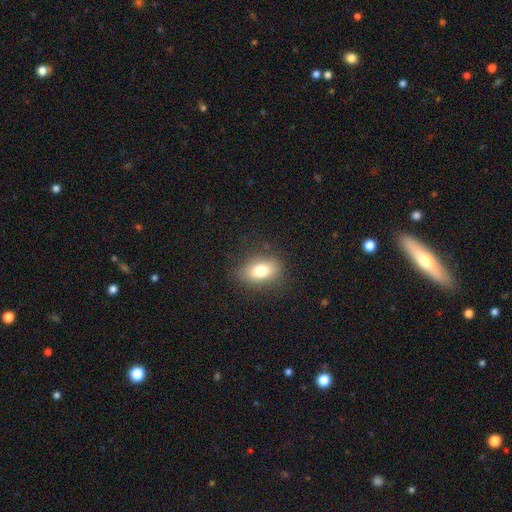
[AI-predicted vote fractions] smooth_or_featured: smooth (p=0.59) [alt: star or artifact p=0.21]
how_rounded: in between (p=0.67) [alt: round p=0.27]
merging: none (p=0.87) [alt: minor disturbance p=0.08]